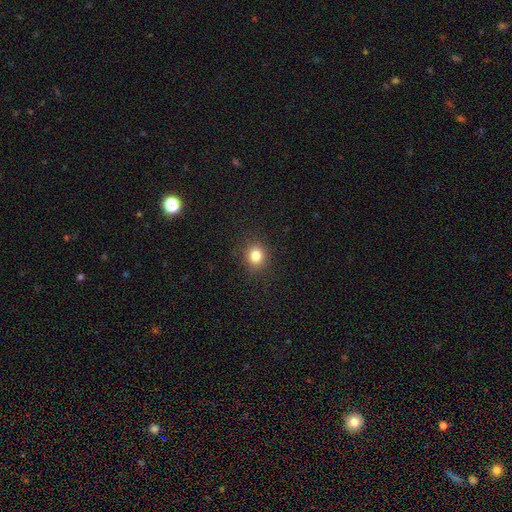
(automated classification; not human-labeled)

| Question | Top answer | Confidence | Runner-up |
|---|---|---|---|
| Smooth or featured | smooth | 83% | star or artifact (12%) |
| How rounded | round | 76% | in between (23%) |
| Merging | none | 88% | minor disturbance (8%) |